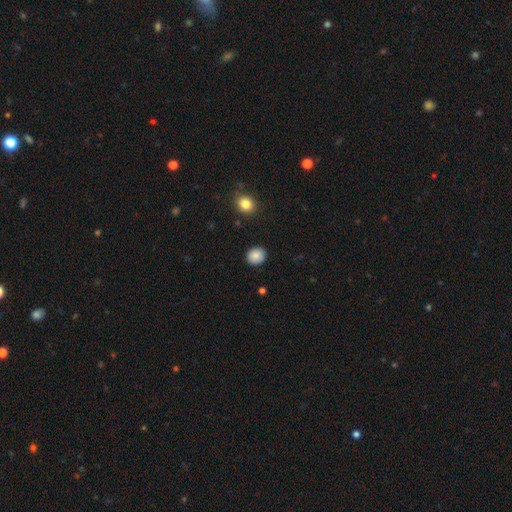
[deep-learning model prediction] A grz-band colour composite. It shows a smooth galaxy with no disk features (87%) that is round (80%). Merging: none (91%).